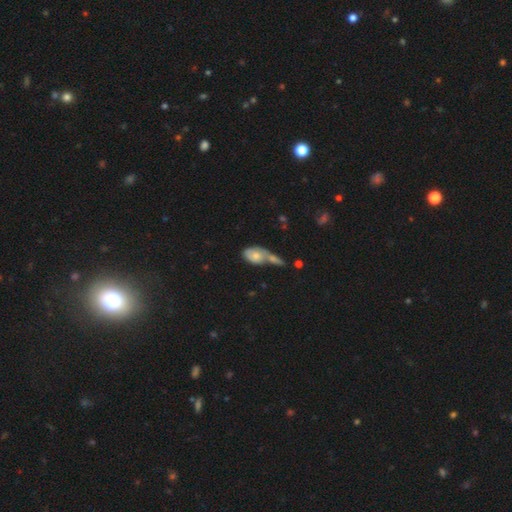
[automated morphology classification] Overall: smooth (68%). How rounded: in between (85%). Merging: merger (58%; none 22%).